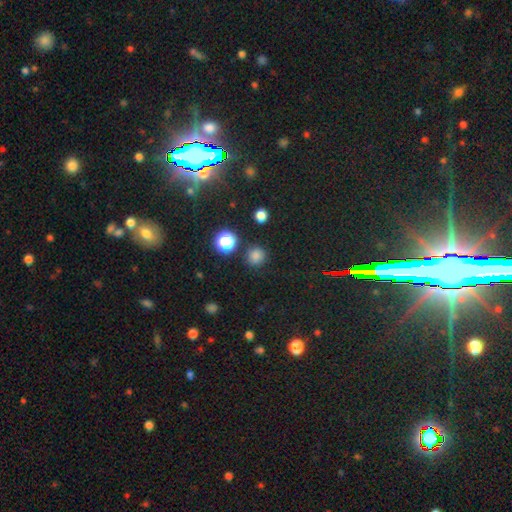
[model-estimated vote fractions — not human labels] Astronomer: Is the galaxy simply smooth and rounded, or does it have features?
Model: smooth — 77%.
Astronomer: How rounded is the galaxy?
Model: round — 92%.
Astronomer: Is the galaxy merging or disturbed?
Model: none — 87%.